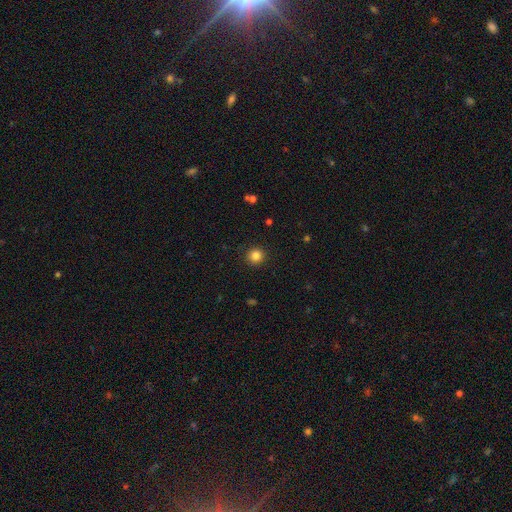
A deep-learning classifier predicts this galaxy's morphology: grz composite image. It shows a smooth galaxy with no disk features (84%) that is round (93%). Merging: none (92%).